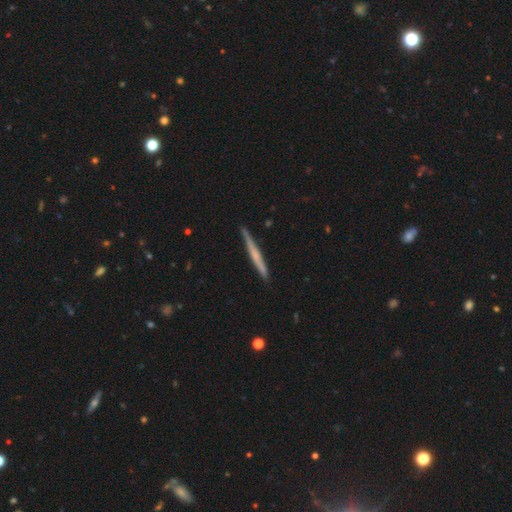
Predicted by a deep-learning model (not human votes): Smooth or featured? Predicted: featured or disk (p=0.52). Edge-on disk? Predicted: yes (p=0.97). Edge-on bulge? Predicted: none (p=0.66). Merging? Predicted: none (p=0.88).